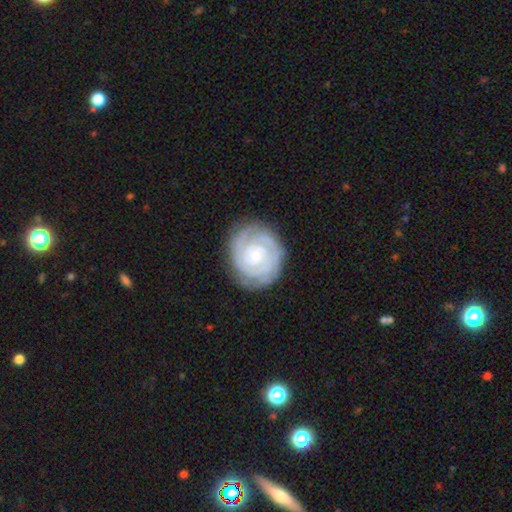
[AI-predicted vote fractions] A featured or disk galaxy (85%) with no bar (74%), 2 (42%) tight (83%) spiral arms (97%) and a small central bulge (70%). Merging: none (81%).